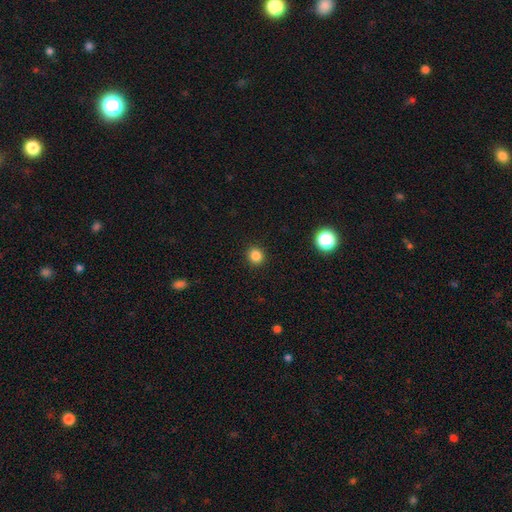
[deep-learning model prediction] A smooth galaxy with no disk features (85%) that is round (88%).

Vote fractions:
- Smooth or featured? smooth: 85% / star or artifact: 12% / featured or disk: 4%
- How rounded? round: 88% / in between: 11% / cigar-shaped: 1%
- Merging? none: 92% / minor disturbance: 5% / major disturbance: 2% / merger: 1%